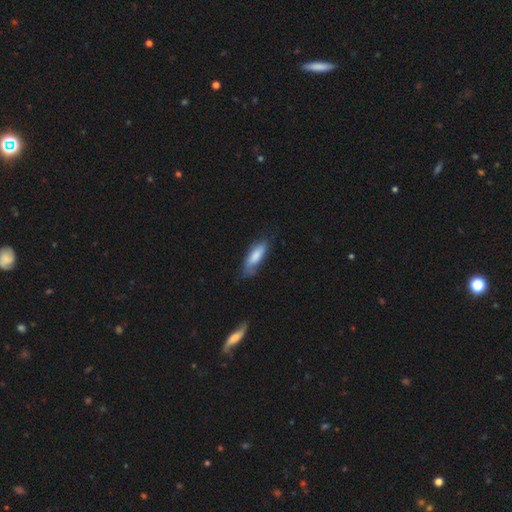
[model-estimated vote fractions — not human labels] smooth-or-featured: smooth: 78% | featured or disk: 15% | star or artifact: 6%
  how-rounded: in between: 57% | cigar-shaped: 41% | round: 2%
  merging: none: 59% | minor disturbance: 30% | major disturbance: 9% | merger: 2%